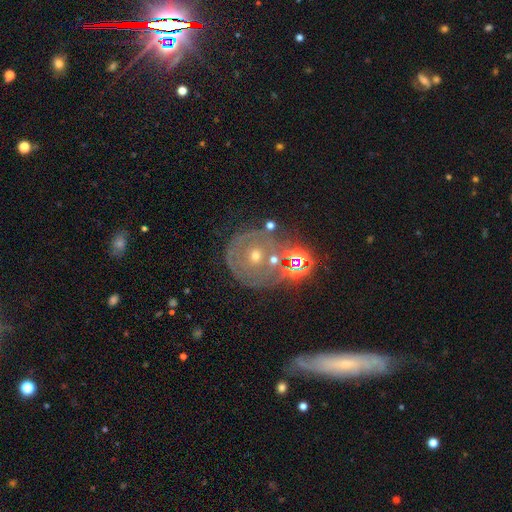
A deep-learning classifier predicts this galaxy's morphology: This is possibly a featured or disk galaxy (49%). Merging: likely none (61%).